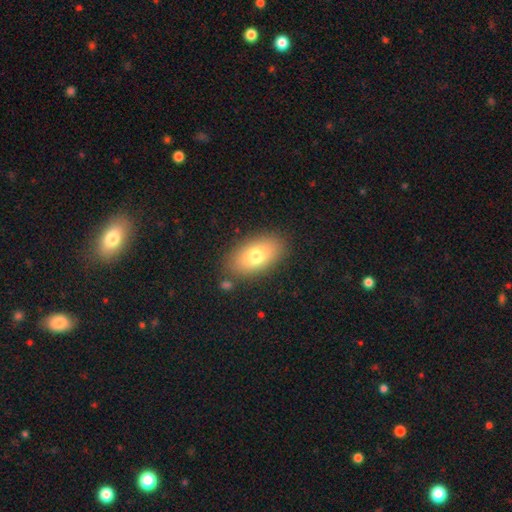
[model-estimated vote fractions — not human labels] Overall: smooth (75%). How rounded: in between (92%). Merging: none (83%).